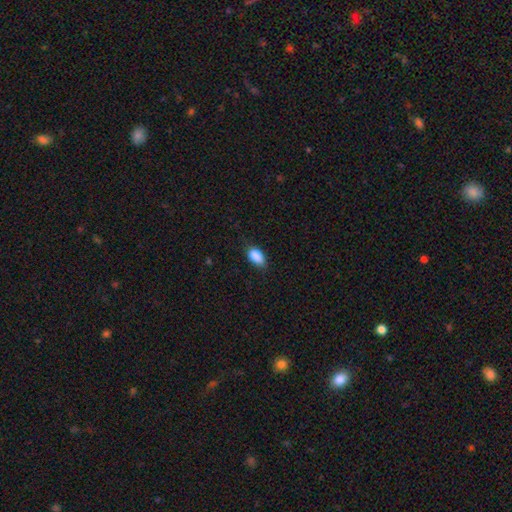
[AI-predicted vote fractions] smooth-or-featured: smooth: 88% | star or artifact: 8% | featured or disk: 4%
  how-rounded: in between: 90% | round: 6% | cigar-shaped: 4%
  merging: none: 76% | minor disturbance: 20% | major disturbance: 4% | merger: 1%